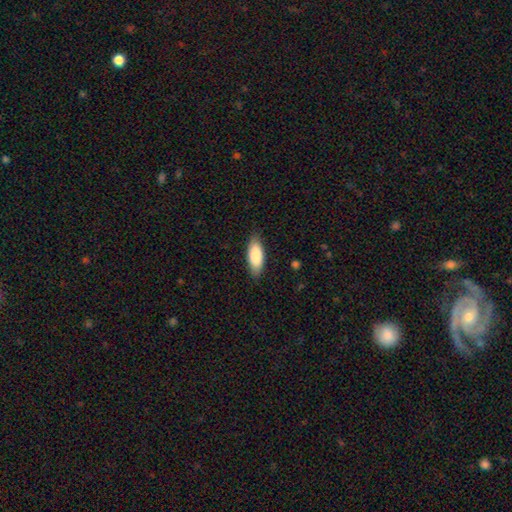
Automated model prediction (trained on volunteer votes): A smooth galaxy with no disk features (86%) that is in between round and cigar-shaped (77%). Merging: none (85%).